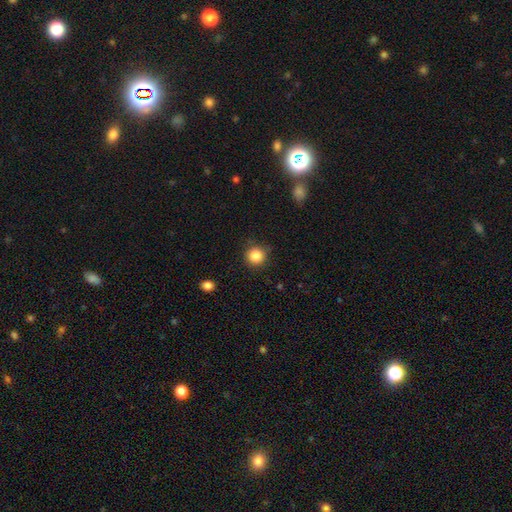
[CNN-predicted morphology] A smooth galaxy with no disk features (85%) that is round (94%). Merging: none (87%).